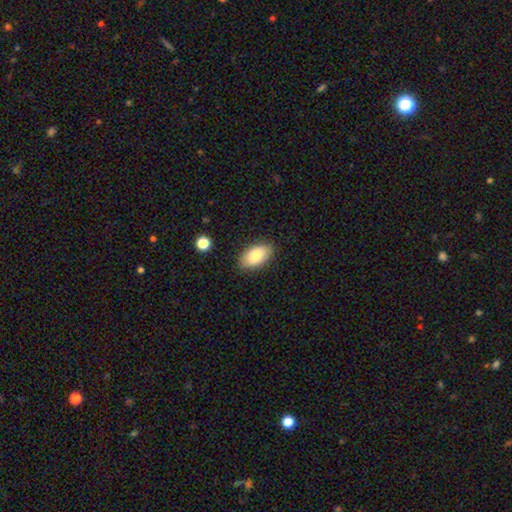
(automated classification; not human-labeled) Smooth or featured: smooth — 83% (featured or disk — 10%)
How rounded: in between — 94% (round — 4%)
Merging: none — 85% (minor disturbance — 11%)